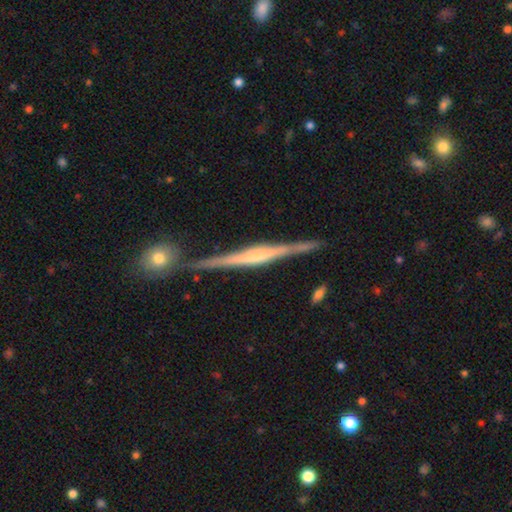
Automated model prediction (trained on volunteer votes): This appears to be a featured or disk galaxy (80%) viewed edge-on (98%) with a rounded central bulge (45%). Merging: none (82%).